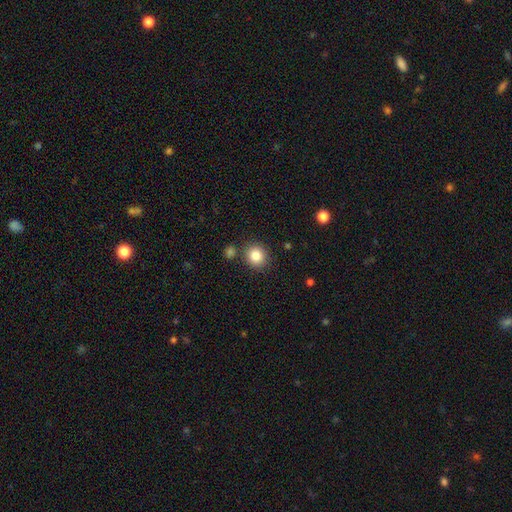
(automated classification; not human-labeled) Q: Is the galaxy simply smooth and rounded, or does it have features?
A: smooth — 85%.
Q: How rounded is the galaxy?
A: round — 88%.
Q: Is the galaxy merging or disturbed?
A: none — 83%.